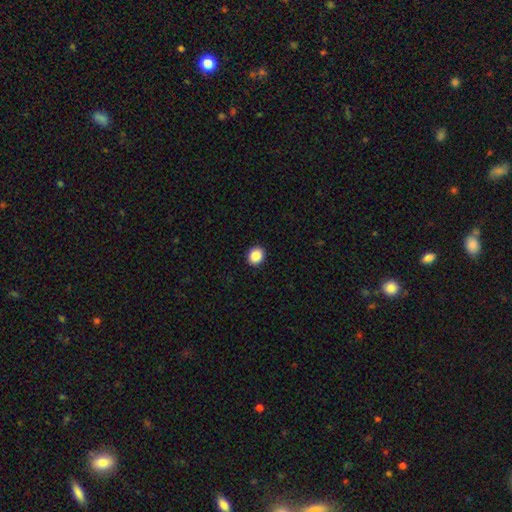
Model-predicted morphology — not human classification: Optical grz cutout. It shows a smooth galaxy with no disk features (88%) that is round (74%). Merging: none (93%).